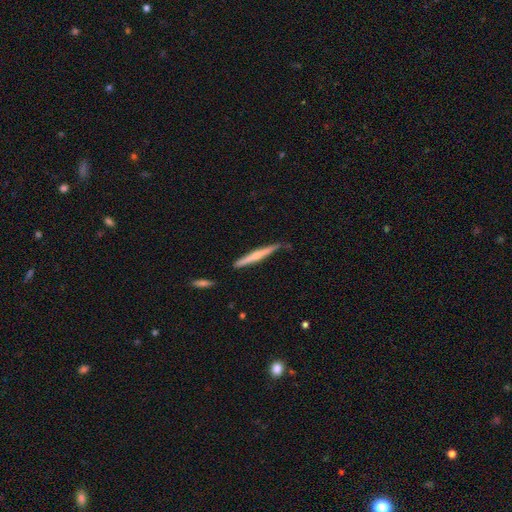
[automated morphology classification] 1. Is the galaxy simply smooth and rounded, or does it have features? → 49% smooth, 46% featured or disk, 5% star or artifact.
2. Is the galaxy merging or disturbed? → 81% none, 15% minor disturbance, 2% merger, 2% major disturbance.